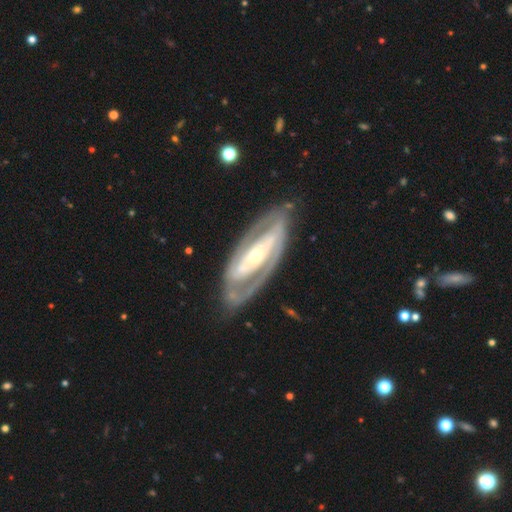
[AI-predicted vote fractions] featured or disk 86%, smooth 10%, star or artifact 4%. Down the decision tree: edge-on disk — no (91%); bar — strong (41%); spiral arms — yes (79%); spiral arm count — 2 (77%); spiral winding — tight (53%); bulge size — small (52%); merging — none (77%).